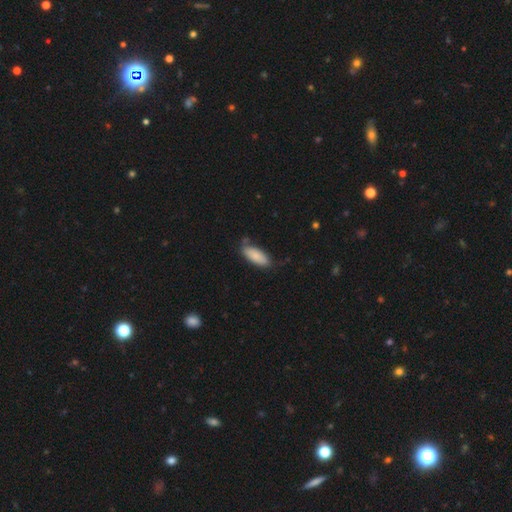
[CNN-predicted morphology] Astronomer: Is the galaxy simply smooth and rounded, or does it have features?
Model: smooth — 85%.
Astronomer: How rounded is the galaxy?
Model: in between — 79%.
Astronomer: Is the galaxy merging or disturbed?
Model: none — 69%.